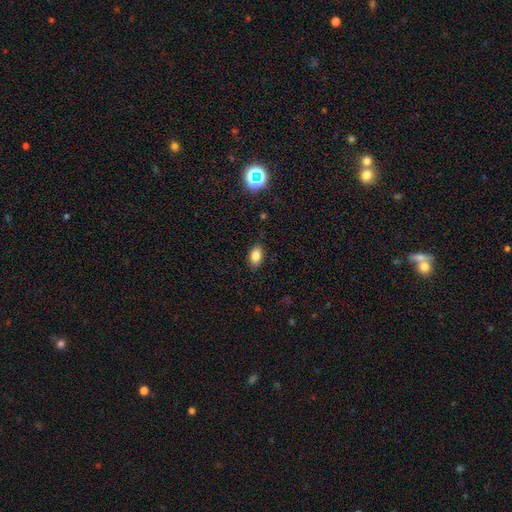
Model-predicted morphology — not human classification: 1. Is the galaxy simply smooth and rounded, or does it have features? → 84% smooth, 10% star or artifact, 7% featured or disk.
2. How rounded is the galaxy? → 90% in between, 7% round, 3% cigar-shaped.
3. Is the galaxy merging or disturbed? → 85% none, 11% minor disturbance, 3% major disturbance, 1% merger.